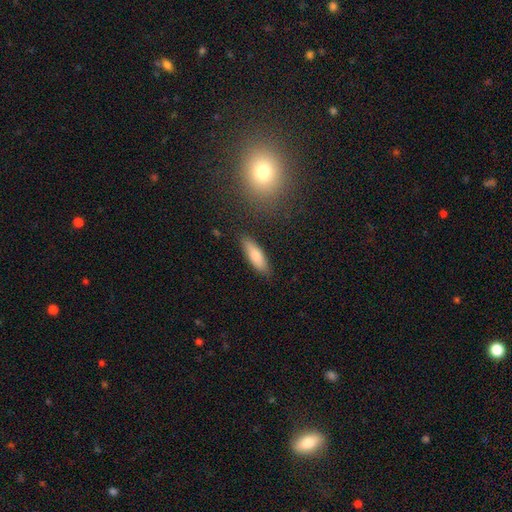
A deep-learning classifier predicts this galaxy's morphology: smooth 79%, featured or disk 14%, star or artifact 6%. Down the decision tree: how rounded — in between (50%); merging — none (84%).